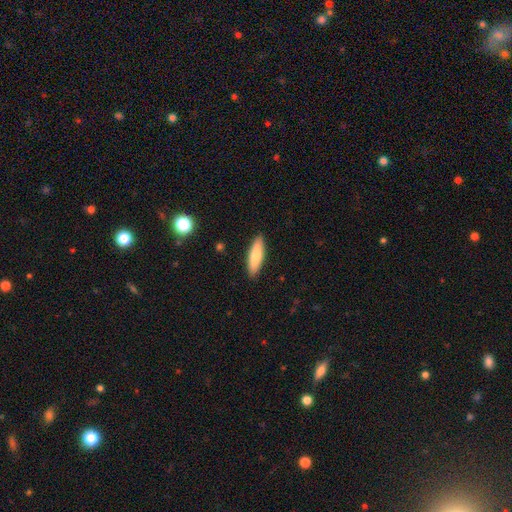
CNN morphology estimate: Q: Smooth or featured?
A: smooth (75%); runner-up: featured or disk (19%)
Q: How rounded?
A: cigar-shaped (57%); runner-up: in between (42%)
Q: Merging?
A: none (89%); runner-up: minor disturbance (8%)